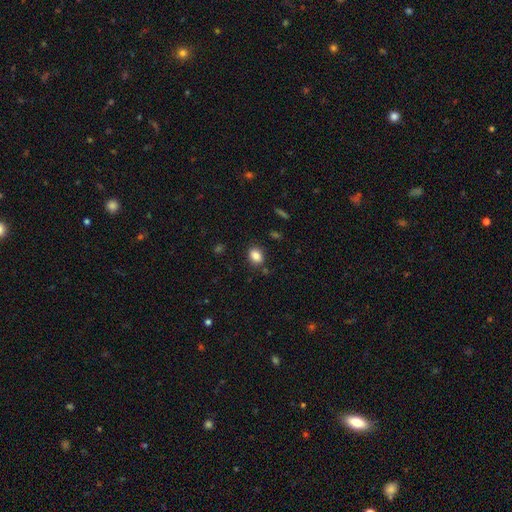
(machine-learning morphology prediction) smooth 86%, star or artifact 10%, featured or disk 5%. Down the decision tree: how rounded — in between (67%); merging — none (82%).